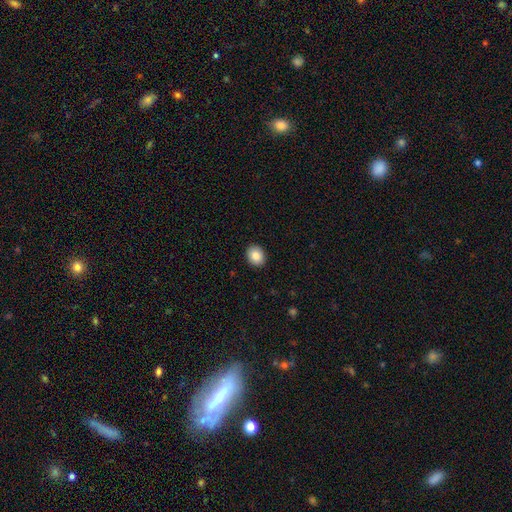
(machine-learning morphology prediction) Smooth or featured? Predicted: smooth (p=0.85). How rounded? Predicted: round (p=0.59). Merging? Predicted: none (p=0.92).